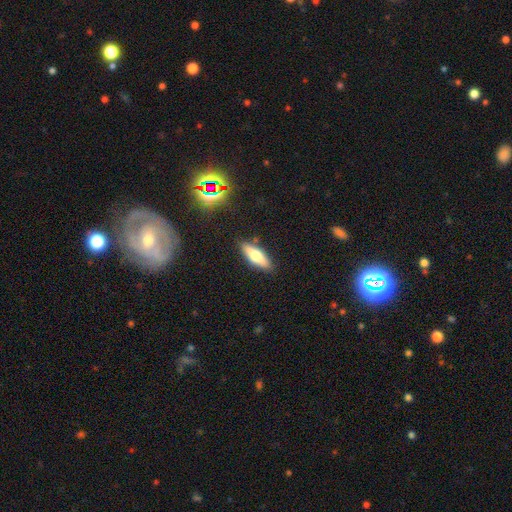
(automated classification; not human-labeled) Smooth or featured?
  - smooth: 62% *
  - featured or disk: 31%
  - star or artifact: 8%
How rounded?
  - in between: 54% *
  - cigar-shaped: 43%
  - round: 2%
Merging?
  - none: 86% *
  - minor disturbance: 10%
  - major disturbance: 2%
  - merger: 2%